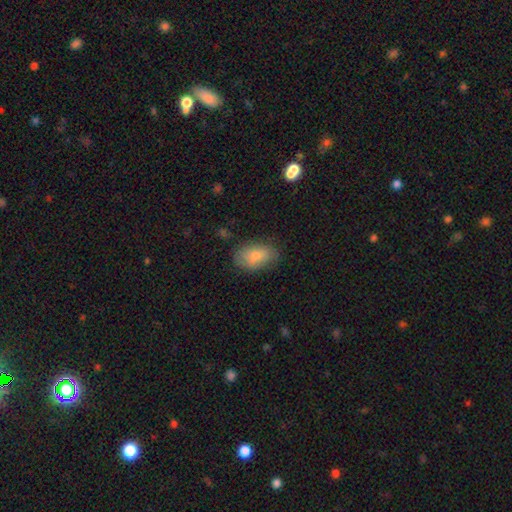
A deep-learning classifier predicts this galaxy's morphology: smooth 78%, featured or disk 14%, star or artifact 8%. Down the decision tree: how rounded — in between (90%); merging — none (77%).